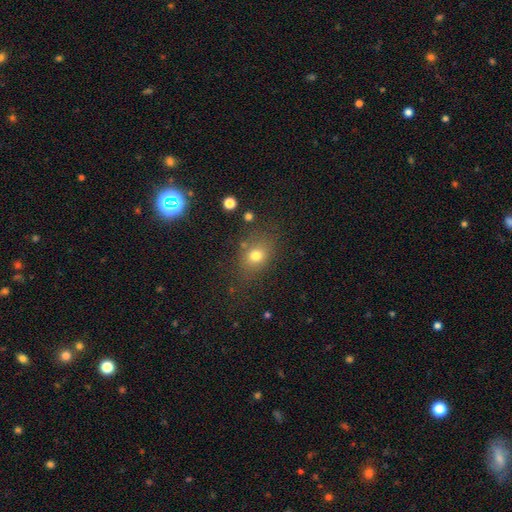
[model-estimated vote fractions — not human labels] Smooth or featured: smooth — 74% (star or artifact — 15%)
How rounded: in between — 56% (round — 43%)
Merging: none — 73% (minor disturbance — 16%)